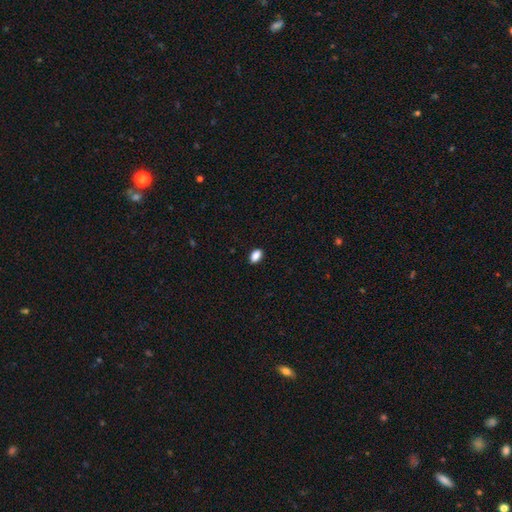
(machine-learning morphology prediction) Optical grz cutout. It shows a smooth galaxy with no disk features (88%) that is in between round and cigar-shaped (88%). Merging: none (89%).